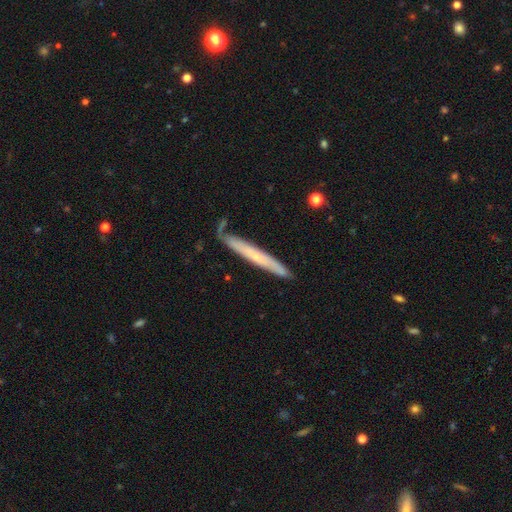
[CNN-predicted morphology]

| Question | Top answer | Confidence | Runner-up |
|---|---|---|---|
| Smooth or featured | featured or disk | 51% | smooth (43%) |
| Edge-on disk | yes | 86% | no (14%) |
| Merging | none | 74% | minor disturbance (19%) |